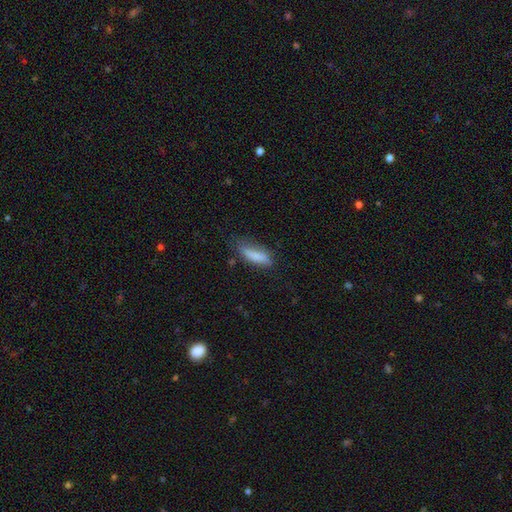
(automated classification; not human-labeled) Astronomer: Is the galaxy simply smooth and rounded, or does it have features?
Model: smooth — 80%.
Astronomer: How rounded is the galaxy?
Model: cigar-shaped — 52% (runner-up: in between, 46%).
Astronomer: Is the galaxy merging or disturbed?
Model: none — 59%.